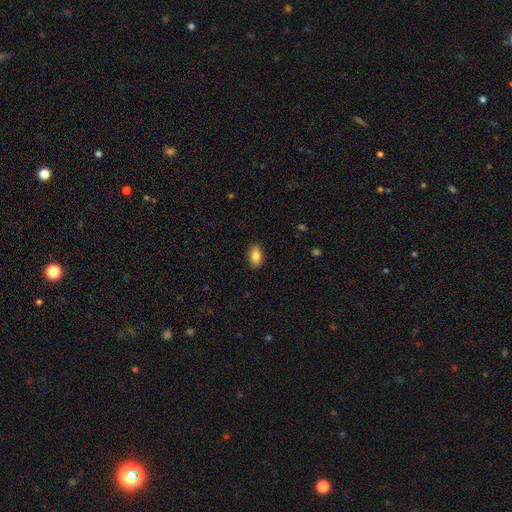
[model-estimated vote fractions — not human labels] This is clearly a smooth galaxy (82%). How rounded: clearly in between (89%). Merging: clearly none (87%).